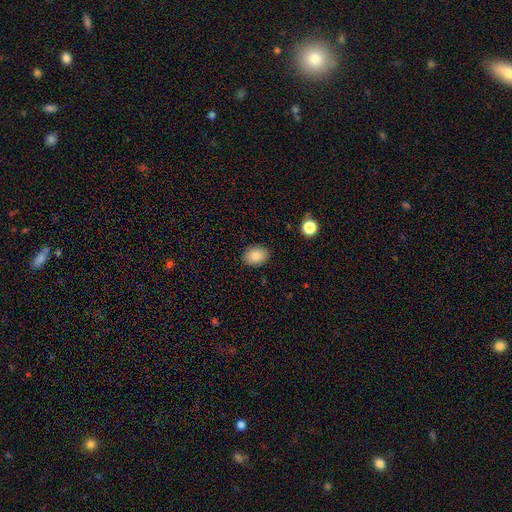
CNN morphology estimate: smooth-or-featured: smooth: 86% | star or artifact: 8% | featured or disk: 5%
  how-rounded: in between: 71% | round: 28% | cigar-shaped: 1%
  merging: none: 88% | minor disturbance: 9% | major disturbance: 2% | merger: 1%